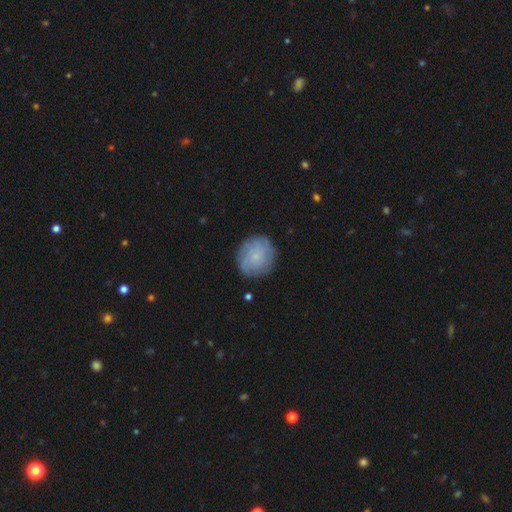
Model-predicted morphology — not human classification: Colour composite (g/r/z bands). It shows a smooth galaxy with no disk features (56%) that is round (75%). Merging: none (81%).